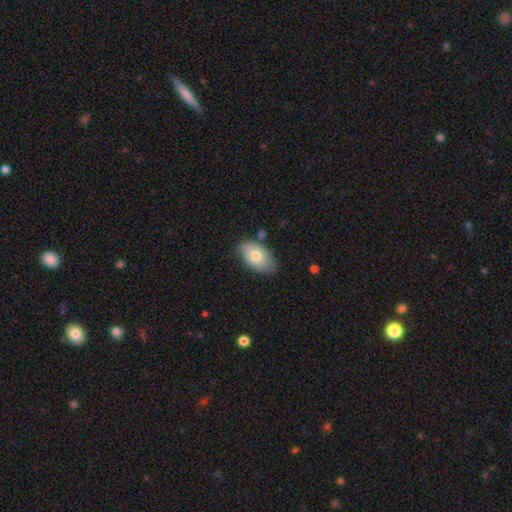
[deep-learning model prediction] Smooth or featured? Predicted: smooth (p=0.76). How rounded? Predicted: in between (p=0.92). Merging? Predicted: none (p=0.68).